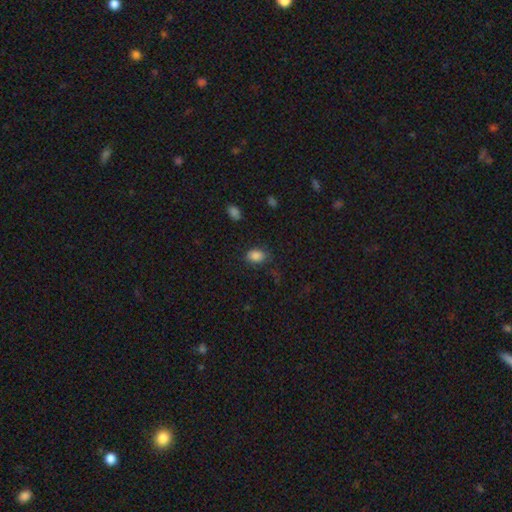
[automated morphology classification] Q: Smooth or featured?
A: smooth (86%); runner-up: star or artifact (10%)
Q: How rounded?
A: in between (80%); runner-up: round (19%)
Q: Merging?
A: none (78%); runner-up: minor disturbance (16%)